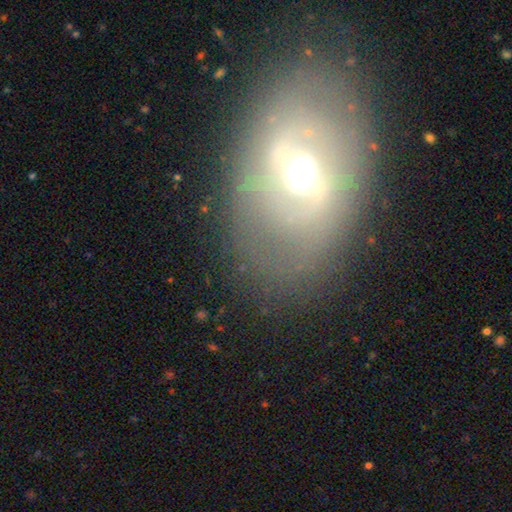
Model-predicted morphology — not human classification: A featured or disk galaxy (63%) with no bar (40%), no spiral arms (59%) and a moderate central bulge (68%).

Vote fractions:
- Smooth or featured? featured or disk: 63% / smooth: 26% / star or artifact: 11%
- Edge-on disk? no: 91% / yes: 9%
- Bar? no: 40% / weak: 38% / strong: 22%
- Spiral arms? no: 59% / yes: 41%
- Bulge size? moderate: 68% / large: 16% / small: 12% / dominant: 3% / none: 1%
- Merging? none: 77% / minor disturbance: 14% / major disturbance: 7% / merger: 2%